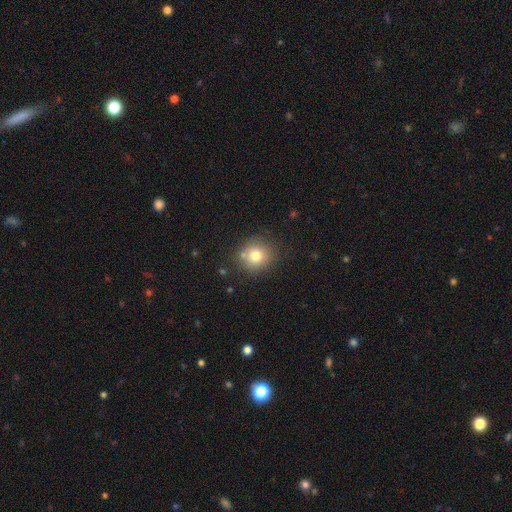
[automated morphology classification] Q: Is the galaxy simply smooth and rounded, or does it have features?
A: smooth — 76%.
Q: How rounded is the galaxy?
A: round — 89%.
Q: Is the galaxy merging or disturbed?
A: none — 81%.